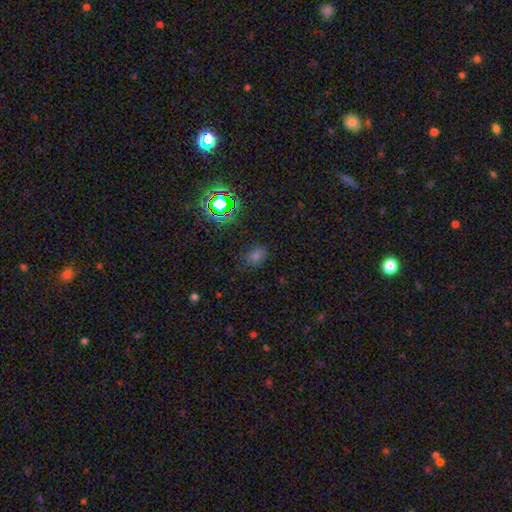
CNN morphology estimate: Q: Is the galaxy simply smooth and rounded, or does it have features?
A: smooth — 57%.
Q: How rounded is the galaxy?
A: in between — 66%.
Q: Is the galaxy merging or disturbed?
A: none — 80%.